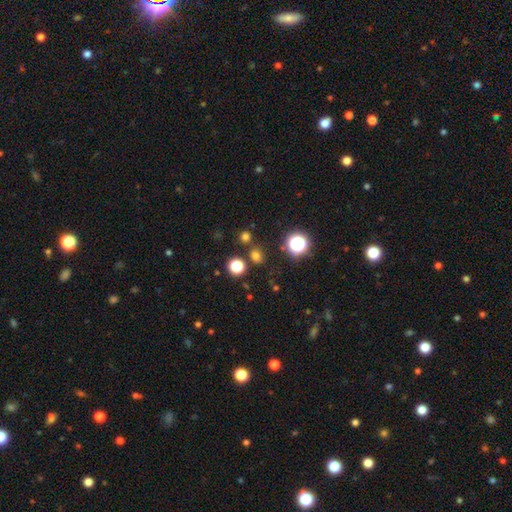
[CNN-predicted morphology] A smooth galaxy with no disk features (69%) that is round (74%).

Vote fractions:
- Smooth or featured? smooth: 69% / star or artifact: 25% / featured or disk: 6%
- How rounded? round: 74% / in between: 25% / cigar-shaped: 1%
- Merging? none: 79% / merger: 9% / minor disturbance: 9% / major disturbance: 3%